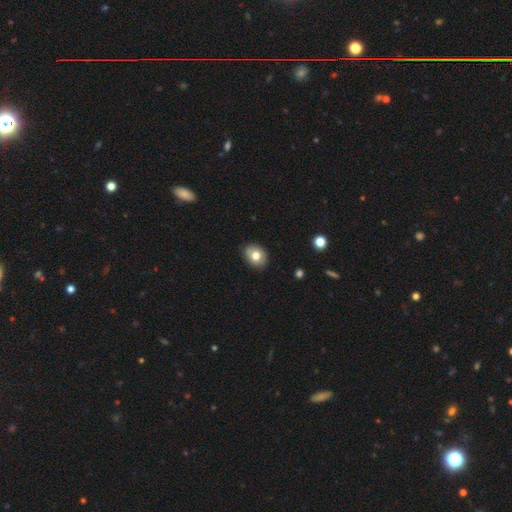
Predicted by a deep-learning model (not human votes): Q: Smooth or featured?
A: smooth (77%); runner-up: featured or disk (14%)
Q: How rounded?
A: in between (56%); runner-up: round (43%)
Q: Merging?
A: none (86%); runner-up: minor disturbance (11%)